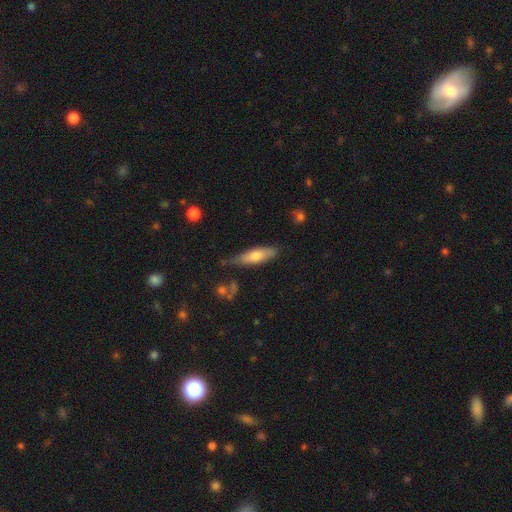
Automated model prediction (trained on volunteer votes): Smooth or featured? smooth (65%)
How rounded? cigar-shaped (58%)
Merging? none (67%)